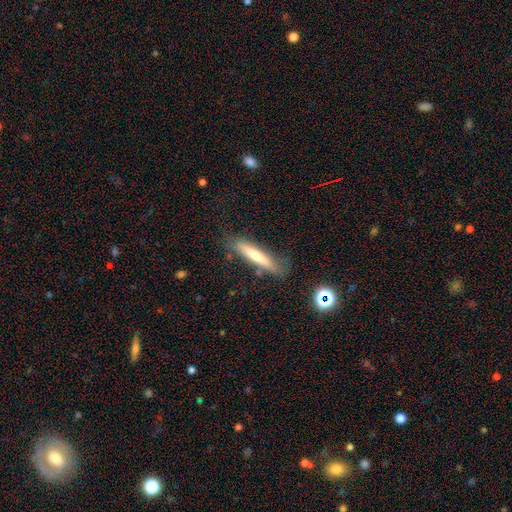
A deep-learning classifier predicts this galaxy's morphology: A smooth galaxy with no disk features (54%) that is cigar-shaped (89%). Merging: none (79%).